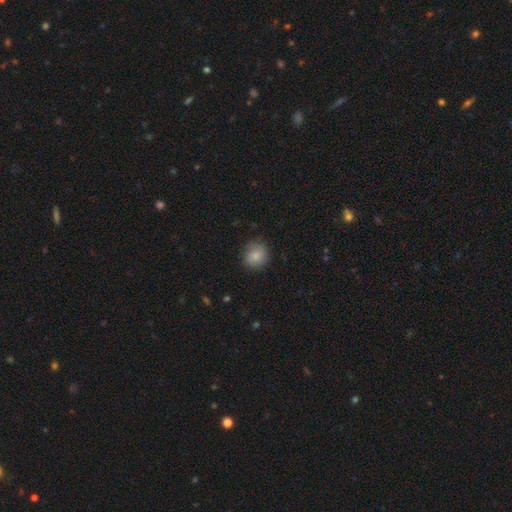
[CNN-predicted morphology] Smooth or featured?
  - smooth: 82% *
  - featured or disk: 10%
  - star or artifact: 8%
How rounded?
  - round: 87% *
  - in between: 12%
  - cigar-shaped: 1%
Merging?
  - none: 80% *
  - minor disturbance: 15%
  - major disturbance: 4%
  - merger: 1%